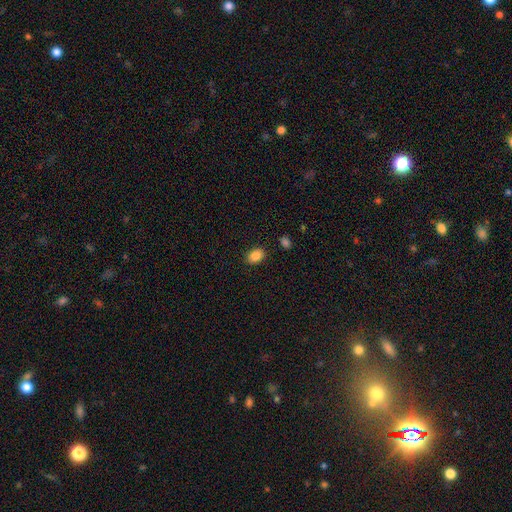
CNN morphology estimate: smooth 87%, star or artifact 9%, featured or disk 5%. Down the decision tree: how rounded — in between (80%); merging — none (87%).